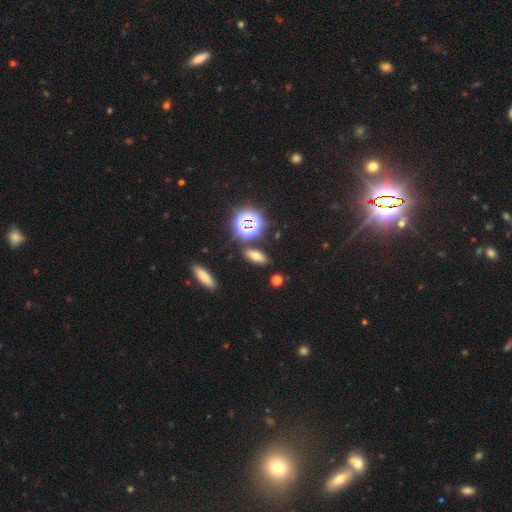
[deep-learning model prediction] Smooth or featured: smooth — 61% (star or artifact — 26%)
How rounded: in between — 69% (cigar-shaped — 20%)
Merging: none — 85% (minor disturbance — 8%)